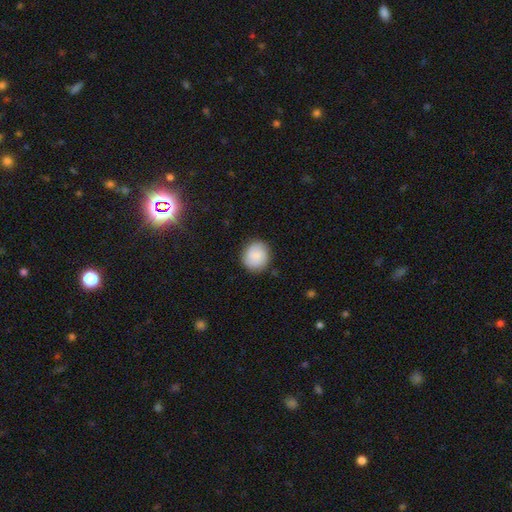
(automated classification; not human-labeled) Q: Smooth or featured?
A: smooth (75%); runner-up: featured or disk (17%)
Q: How rounded?
A: round (84%); runner-up: in between (15%)
Q: Merging?
A: none (85%); runner-up: minor disturbance (11%)